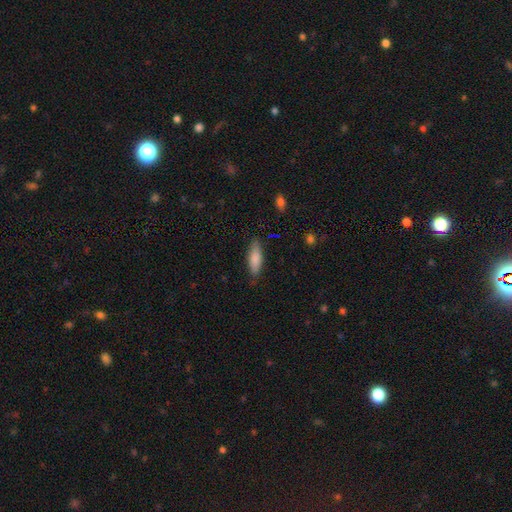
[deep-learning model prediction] A smooth galaxy with no disk features (73%) that is cigar-shaped (58%).

Vote fractions:
- Smooth or featured? smooth: 73% / featured or disk: 18% / star or artifact: 9%
- How rounded? cigar-shaped: 58% / in between: 39% / round: 2%
- Merging? none: 85% / minor disturbance: 12% / major disturbance: 2% / merger: 1%